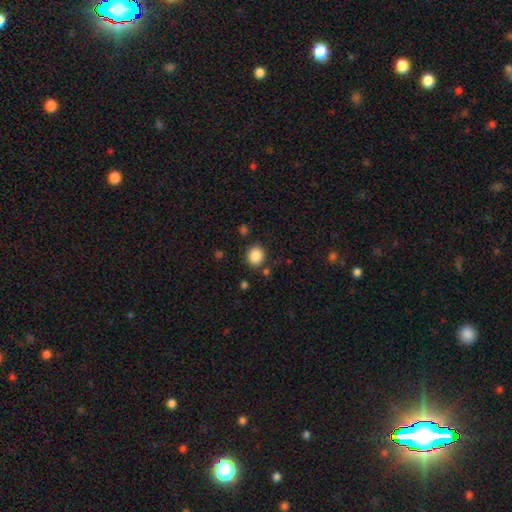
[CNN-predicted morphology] This appears to be a smooth galaxy with no disk features (87%) that is round (70%). Merging: none (83%).